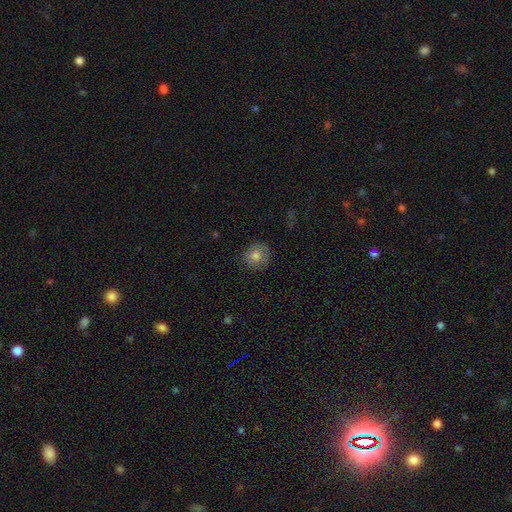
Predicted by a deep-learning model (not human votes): Smooth or featured? Predicted: smooth (p=0.77). How rounded? Predicted: round (p=0.87). Merging? Predicted: none (p=0.84).